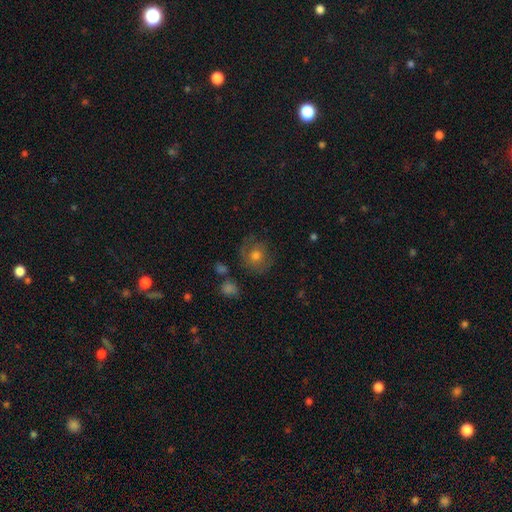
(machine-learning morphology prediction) Smooth or featured?
  - smooth: 54% *
  - featured or disk: 32%
  - star or artifact: 14%
How rounded?
  - round: 83% *
  - in between: 16%
  - cigar-shaped: 1%
Merging?
  - none: 70% *
  - minor disturbance: 18%
  - major disturbance: 9%
  - merger: 3%